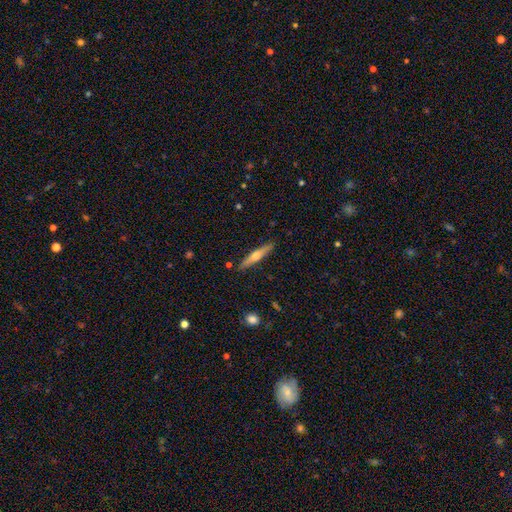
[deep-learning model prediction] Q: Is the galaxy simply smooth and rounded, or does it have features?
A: featured or disk — 53%.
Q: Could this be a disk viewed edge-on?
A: yes — 95%.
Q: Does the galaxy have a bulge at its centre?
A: rounded — 84%.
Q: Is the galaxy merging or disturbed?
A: none — 88%.